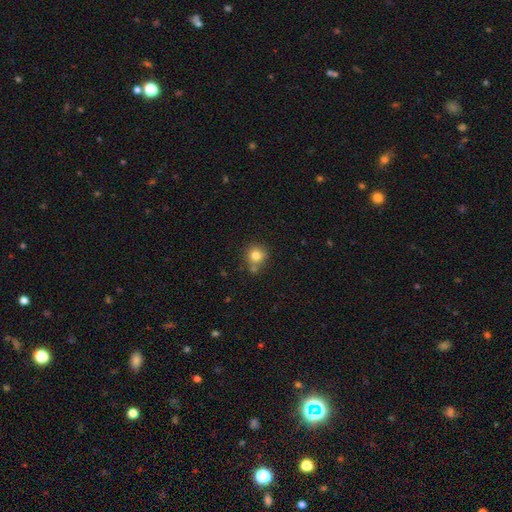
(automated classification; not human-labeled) Q: Smooth or featured?
A: smooth (81%); runner-up: star or artifact (11%)
Q: How rounded?
A: round (87%); runner-up: in between (12%)
Q: Merging?
A: none (66%); runner-up: merger (16%)